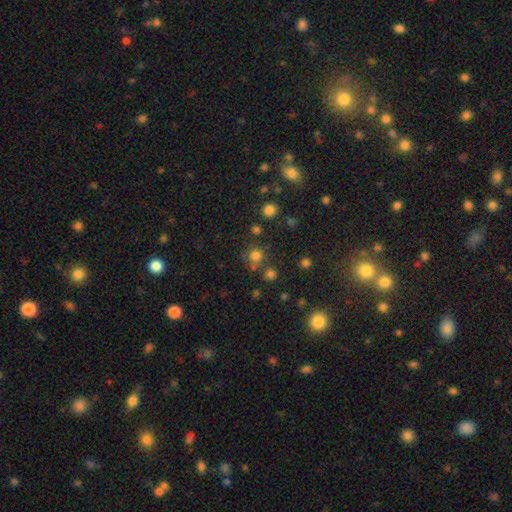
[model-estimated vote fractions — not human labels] Smooth or featured: smooth — 74% (star or artifact — 20%)
How rounded: round — 88% (in between — 11%)
Merging: none — 69% (merger — 15%)